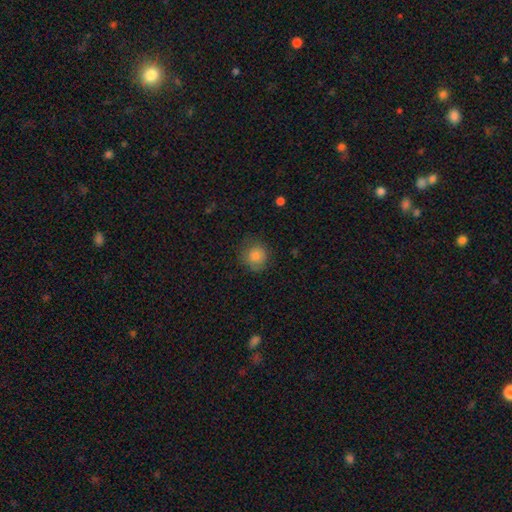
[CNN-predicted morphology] Smooth or featured: smooth — 82% (star or artifact — 10%)
How rounded: round — 89% (in between — 10%)
Merging: none — 78% (minor disturbance — 16%)